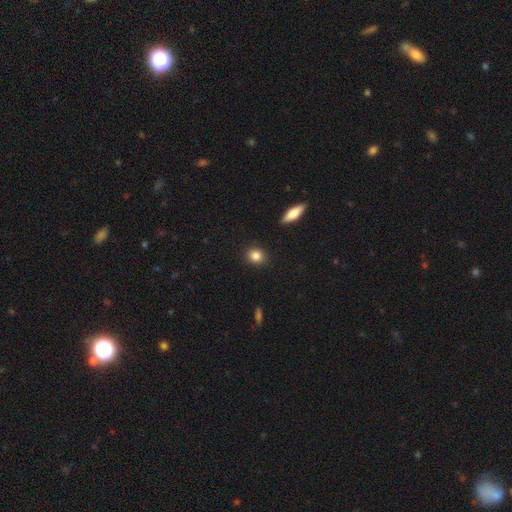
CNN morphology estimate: Overall: smooth (85%). How rounded: round (69%). Merging: none (90%).